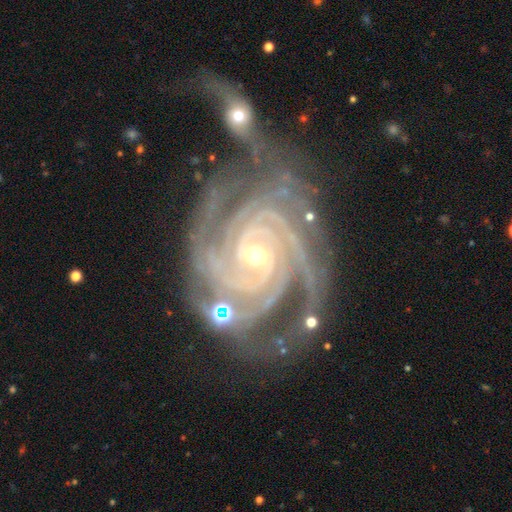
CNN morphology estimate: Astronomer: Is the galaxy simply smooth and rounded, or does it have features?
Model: featured or disk — 94%.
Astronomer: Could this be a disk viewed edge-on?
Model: no — 98%.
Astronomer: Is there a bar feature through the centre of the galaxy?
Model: no — 53%.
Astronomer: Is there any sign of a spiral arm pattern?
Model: yes — 99%.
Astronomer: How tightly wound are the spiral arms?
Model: tight — 82%.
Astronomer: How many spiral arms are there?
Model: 3 — 29% (runner-up: 4, 26%).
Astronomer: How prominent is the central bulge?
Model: small — 67%.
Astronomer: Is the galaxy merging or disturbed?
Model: none — 40% (runner-up: merger, 32%).